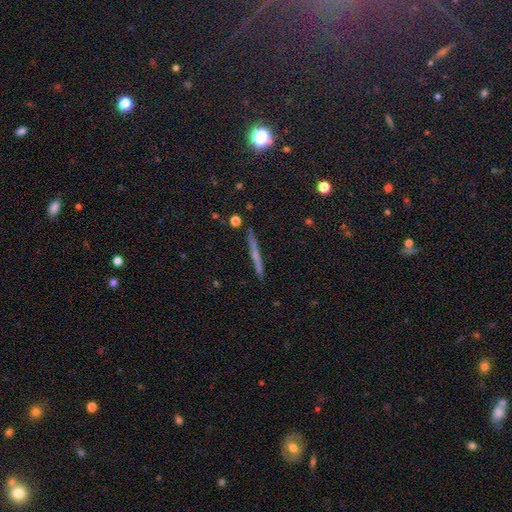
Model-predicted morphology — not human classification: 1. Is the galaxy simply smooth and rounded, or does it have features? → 54% featured or disk, 36% smooth, 10% star or artifact.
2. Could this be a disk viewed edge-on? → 97% yes, 3% no.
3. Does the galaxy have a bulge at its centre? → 64% none, 30% rounded, 6% boxy.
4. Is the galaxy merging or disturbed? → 90% none, 7% minor disturbance, 2% merger, 1% major disturbance.